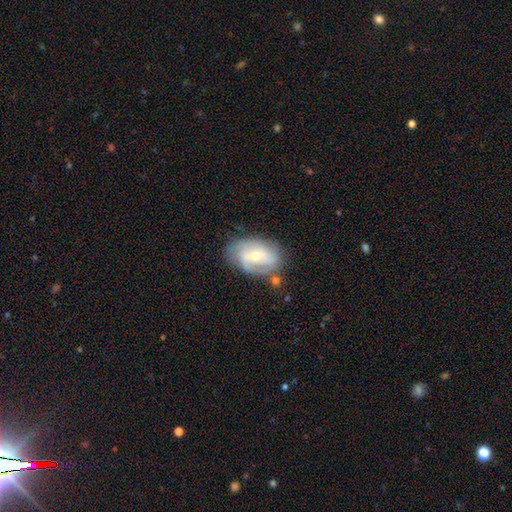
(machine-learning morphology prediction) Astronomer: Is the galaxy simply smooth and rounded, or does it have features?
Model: featured or disk — 67%.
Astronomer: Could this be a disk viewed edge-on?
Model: no — 95%.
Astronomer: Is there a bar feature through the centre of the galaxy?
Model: no — 57% (runner-up: weak, 34%).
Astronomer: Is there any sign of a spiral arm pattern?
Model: yes — 81%.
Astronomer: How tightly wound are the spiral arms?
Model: tight — 43% (runner-up: medium, 37%).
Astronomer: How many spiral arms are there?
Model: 2 — 38% (runner-up: can't tell, 34%).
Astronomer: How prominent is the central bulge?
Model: moderate — 50% (runner-up: small, 46%).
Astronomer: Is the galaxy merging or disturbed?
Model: none — 63%.